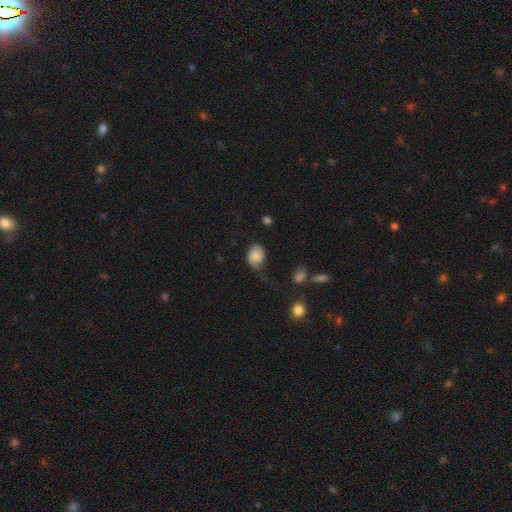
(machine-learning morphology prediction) smooth_or_featured: smooth (p=0.59) [alt: featured or disk p=0.32]
how_rounded: in between (p=0.71) [alt: round p=0.28]
merging: none (p=0.52) [alt: minor disturbance p=0.31]